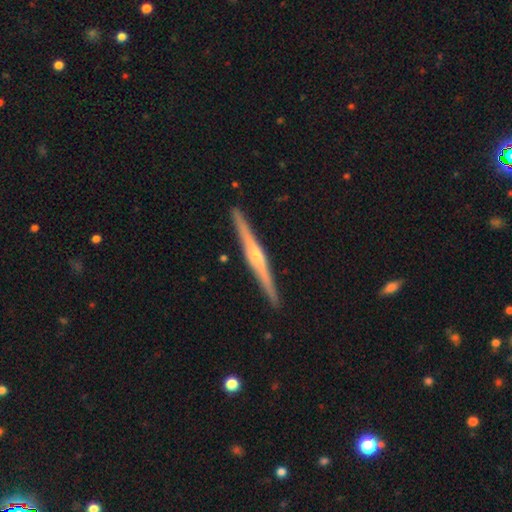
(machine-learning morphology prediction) smooth-or-featured: featured or disk: 79% | smooth: 16% | star or artifact: 5%
  disk-edge-on: yes: 98% | no: 2%
    edge-on-bulge: rounded: 83% | none: 10% | boxy: 7%
  merging: none: 92% | minor disturbance: 6% | major disturbance: 1% | merger: 1%